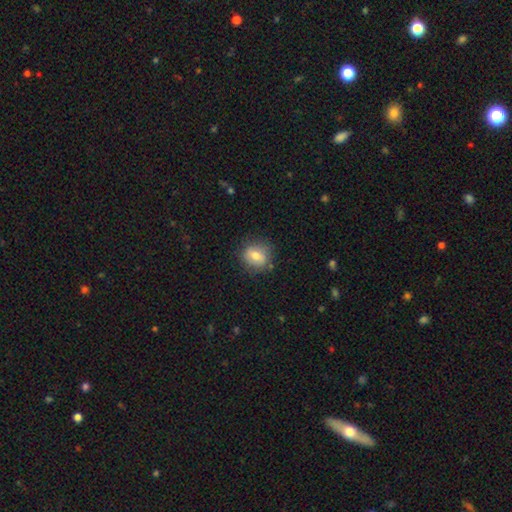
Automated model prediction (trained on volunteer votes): Smooth or featured: smooth — 70% (featured or disk — 21%)
How rounded: round — 63% (in between — 35%)
Merging: none — 81% (minor disturbance — 14%)